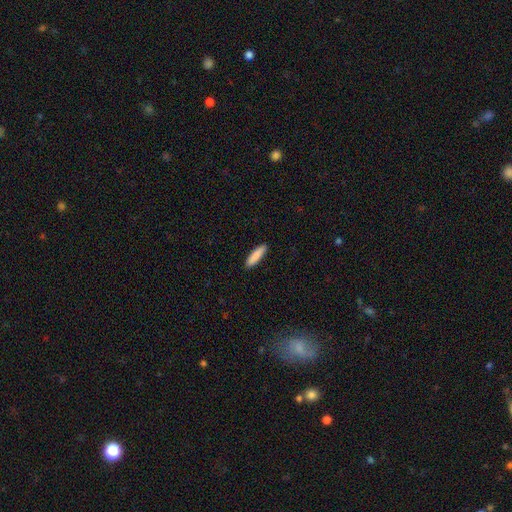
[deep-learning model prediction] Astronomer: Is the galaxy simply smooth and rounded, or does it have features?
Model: smooth — 88%.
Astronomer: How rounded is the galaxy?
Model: cigar-shaped — 76%.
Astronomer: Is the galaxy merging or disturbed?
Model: none — 91%.